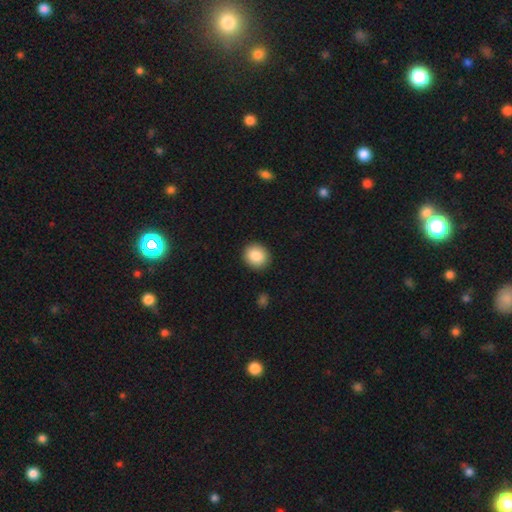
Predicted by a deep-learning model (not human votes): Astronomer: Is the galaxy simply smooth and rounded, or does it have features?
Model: smooth — 87%.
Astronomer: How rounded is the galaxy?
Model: round — 80%.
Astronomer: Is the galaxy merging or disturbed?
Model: none — 91%.